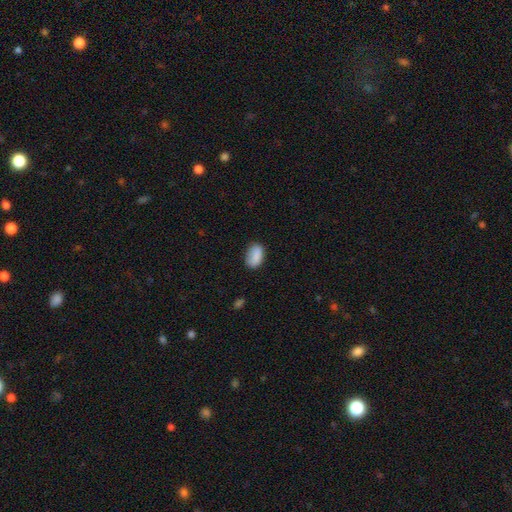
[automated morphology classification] smooth-or-featured: smooth: 87% | star or artifact: 8% | featured or disk: 5%
  how-rounded: in between: 90% | round: 8% | cigar-shaped: 2%
  merging: none: 76% | minor disturbance: 19% | major disturbance: 4% | merger: 2%